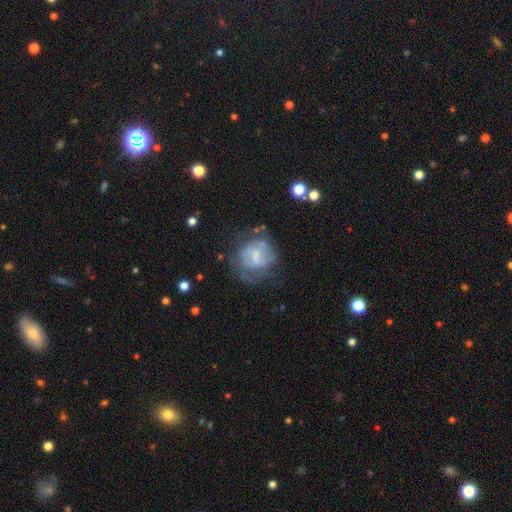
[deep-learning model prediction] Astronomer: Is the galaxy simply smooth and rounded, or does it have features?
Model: featured or disk — 62%.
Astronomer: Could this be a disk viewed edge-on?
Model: no — 98%.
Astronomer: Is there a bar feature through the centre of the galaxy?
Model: weak — 54% (runner-up: no, 30%).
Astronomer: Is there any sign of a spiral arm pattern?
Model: yes — 67%.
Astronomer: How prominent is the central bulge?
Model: small — 40% (runner-up: none, 29%).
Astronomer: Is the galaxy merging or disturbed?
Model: none — 52%.